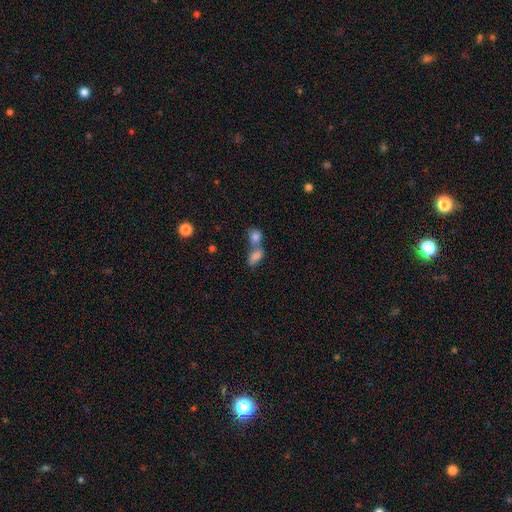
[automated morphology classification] Smooth or featured? Predicted: smooth (p=0.77). How rounded? Predicted: in between (p=0.80). Merging? Predicted: merger (p=0.65).